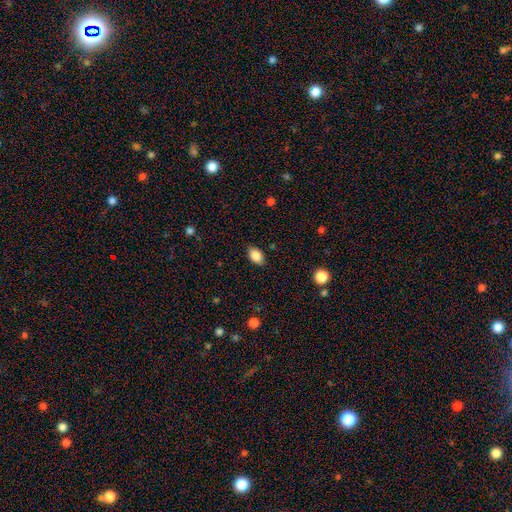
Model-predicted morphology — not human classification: Smooth or featured? Predicted: smooth (p=0.86). How rounded? Predicted: in between (p=0.87). Merging? Predicted: none (p=0.85).